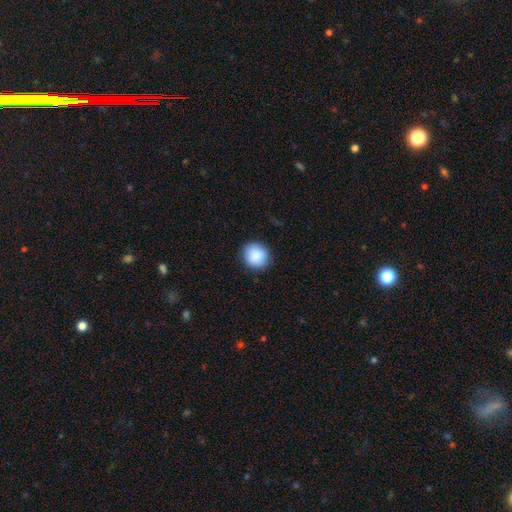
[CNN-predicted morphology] Smooth or featured?
  - smooth: 89% *
  - star or artifact: 7%
  - featured or disk: 3%
How rounded?
  - round: 91% *
  - in between: 8%
  - cigar-shaped: 1%
Merging?
  - none: 89% *
  - minor disturbance: 8%
  - major disturbance: 2%
  - merger: 1%